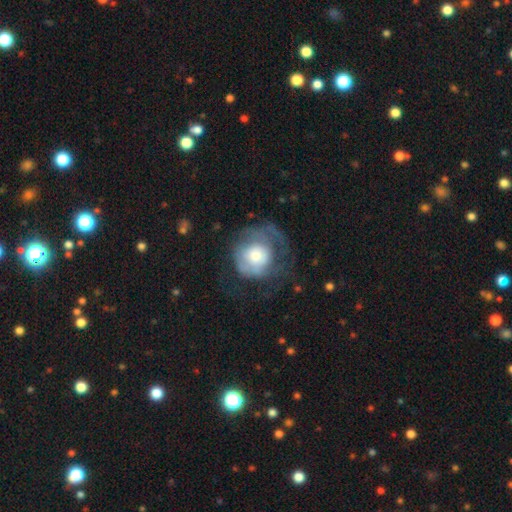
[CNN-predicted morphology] This appears to be a featured or disk galaxy (49%). Merging: none (41%).